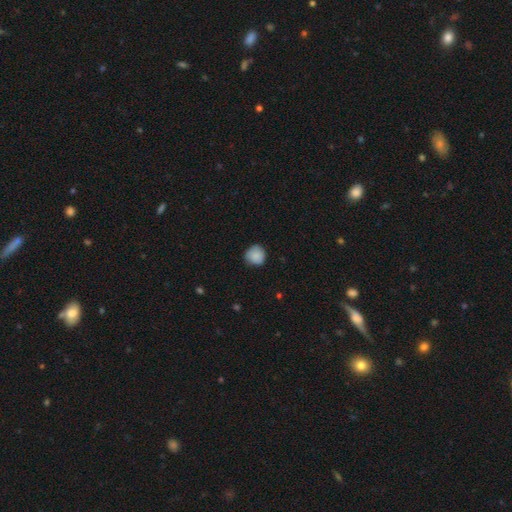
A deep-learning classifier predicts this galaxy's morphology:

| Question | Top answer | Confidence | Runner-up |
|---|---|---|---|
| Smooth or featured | smooth | 87% | star or artifact (8%) |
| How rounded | round | 90% | in between (9%) |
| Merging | none | 80% | minor disturbance (17%) |